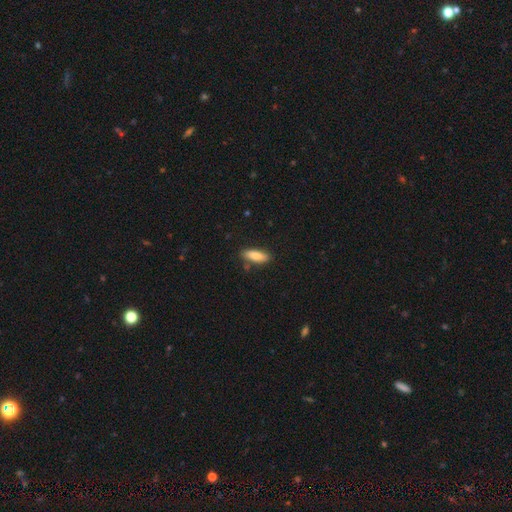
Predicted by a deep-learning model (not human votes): Smooth or featured? Predicted: smooth (p=0.84). How rounded? Predicted: in between (p=0.59). Merging? Predicted: none (p=0.82).